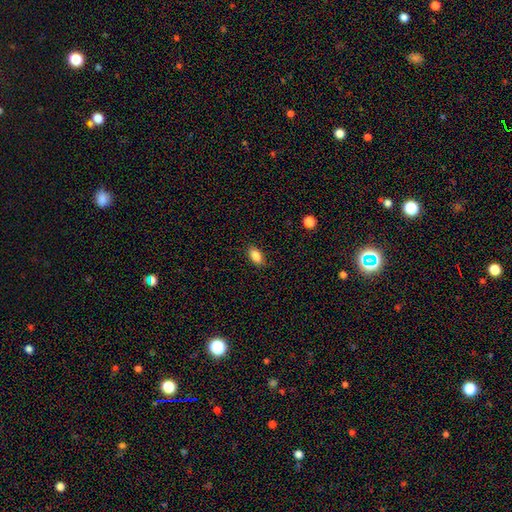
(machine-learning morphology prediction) Smooth or featured?
  - smooth: 87% *
  - star or artifact: 8%
  - featured or disk: 5%
How rounded?
  - in between: 91% *
  - round: 6%
  - cigar-shaped: 4%
Merging?
  - none: 87% *
  - minor disturbance: 9%
  - major disturbance: 2%
  - merger: 1%